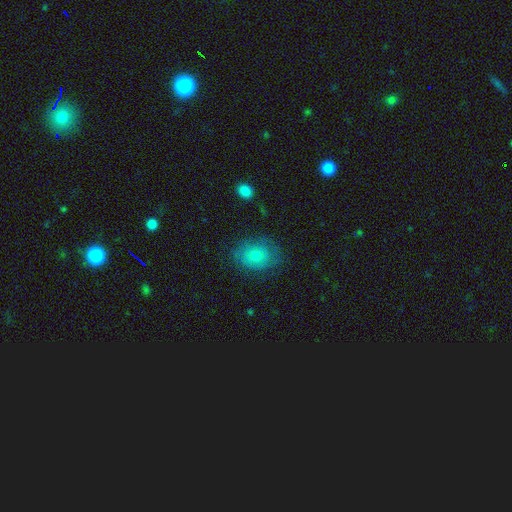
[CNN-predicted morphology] Smooth or featured?
  - smooth: 64% *
  - featured or disk: 26%
  - star or artifact: 10%
How rounded?
  - in between: 54% *
  - round: 45%
  - cigar-shaped: 1%
Merging?
  - none: 74% *
  - minor disturbance: 18%
  - major disturbance: 7%
  - merger: 1%